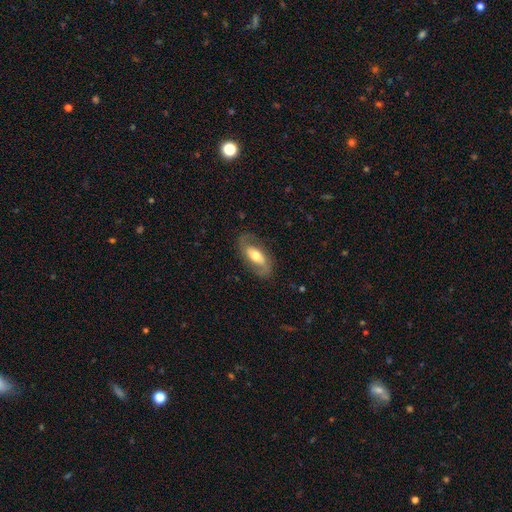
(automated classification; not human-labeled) Smooth or featured: featured or disk — 63% (smooth — 30%)
Edge-on disk: no — 87% (yes — 13%)
Bar: no — 39% (weak — 32%)
Spiral arms: yes — 81% (no — 19%)
Bulge size: moderate — 65% (large — 17%)
Merging: none — 77% (minor disturbance — 15%)